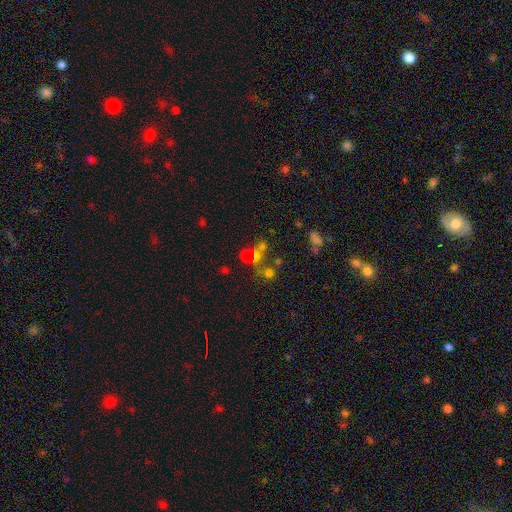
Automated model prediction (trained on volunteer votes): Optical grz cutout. It shows a smooth galaxy with no disk features (48%). Merging: merger (42%).